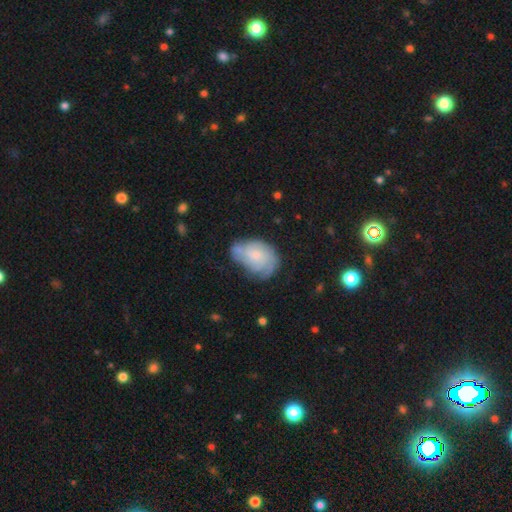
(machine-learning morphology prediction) Smooth or featured: featured or disk — 62% (smooth — 31%)
Edge-on disk: no — 97% (yes — 3%)
Bar: no — 76% (weak — 22%)
Spiral arms: yes — 85% (no — 15%)
Spiral winding: tight — 55% (medium — 32%)
Spiral arm count: can't tell — 47% (2 — 17%)
Bulge size: small — 52% (moderate — 32%)
Merging: none — 53% (minor disturbance — 29%)